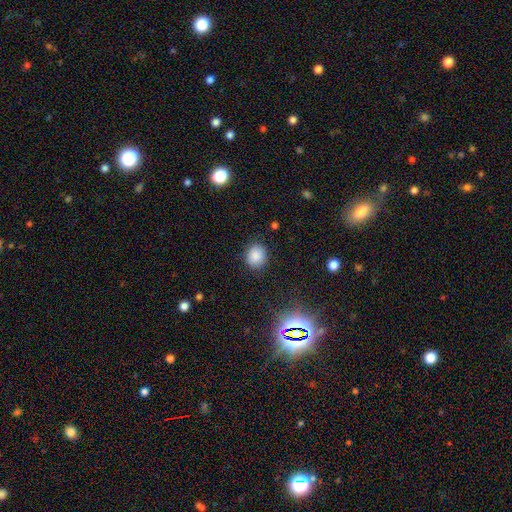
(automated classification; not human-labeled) Smooth or featured? Predicted: smooth (p=0.85). How rounded? Predicted: round (p=0.72). Merging? Predicted: none (p=0.86).